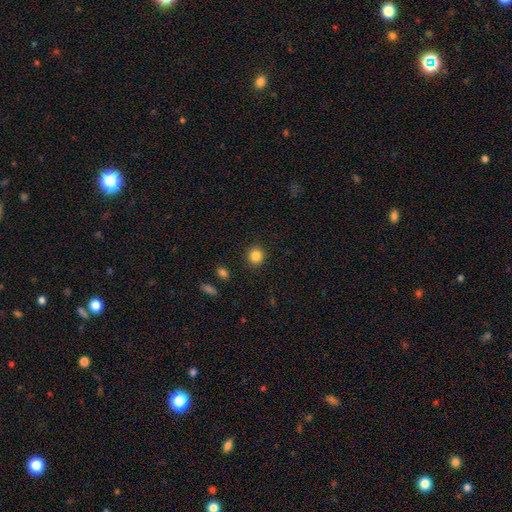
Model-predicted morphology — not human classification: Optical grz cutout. It shows a smooth galaxy with no disk features (85%) that is round (88%). Merging: none (91%).